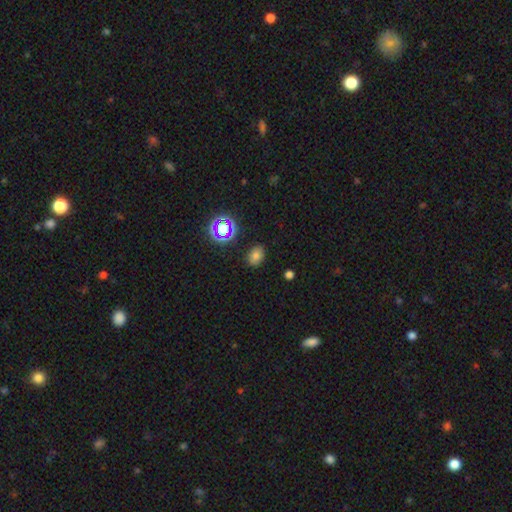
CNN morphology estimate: smooth 71%, star or artifact 20%, featured or disk 9%. Down the decision tree: how rounded — in between (65%); merging — none (84%).